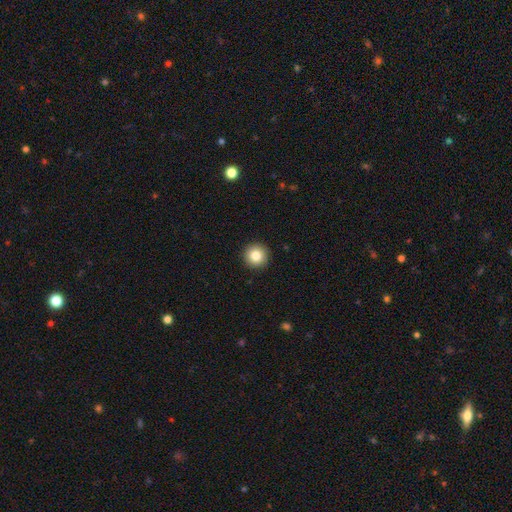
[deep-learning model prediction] Overall: smooth (84%). How rounded: round (96%). Merging: none (93%).